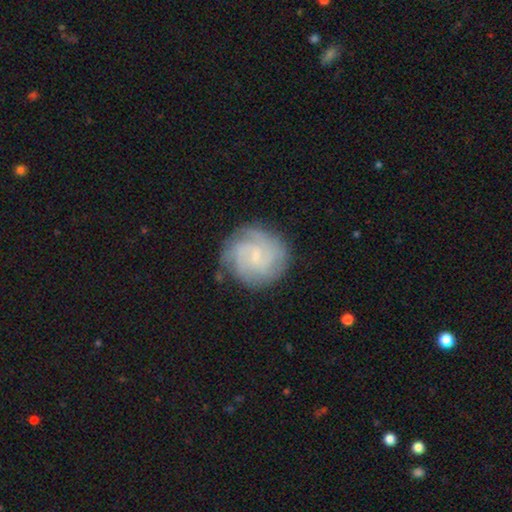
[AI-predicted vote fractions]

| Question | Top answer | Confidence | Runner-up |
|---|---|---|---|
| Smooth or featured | featured or disk | 73% | smooth (20%) |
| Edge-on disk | no | 98% | yes (2%) |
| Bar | no | 53% | weak (41%) |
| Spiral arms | yes | 94% | no (6%) |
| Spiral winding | tight | 60% | medium (32%) |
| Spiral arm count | can't tell | 31% | 3 (24%) |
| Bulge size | small | 73% | moderate (14%) |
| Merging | none | 79% | minor disturbance (15%) |